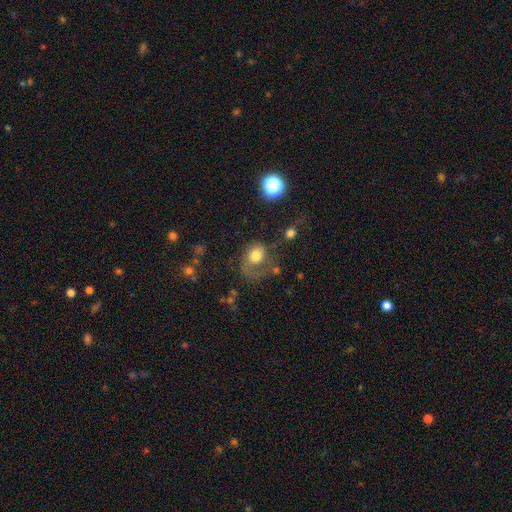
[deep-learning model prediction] Smooth or featured: smooth — 57% (featured or disk — 33%)
How rounded: round — 59% (in between — 40%)
Merging: major disturbance — 40% (none — 34%)